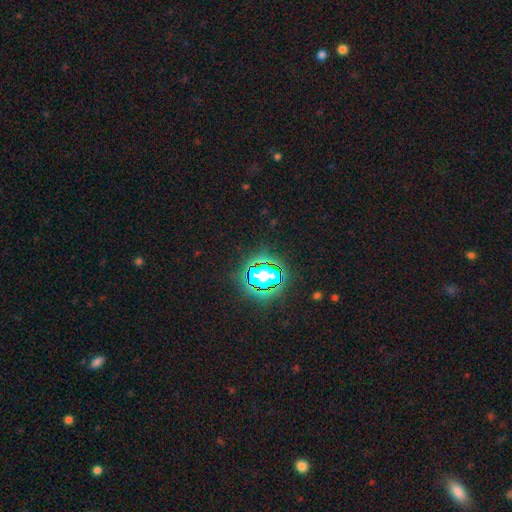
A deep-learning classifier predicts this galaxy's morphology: Q: Smooth or featured?
A: star or artifact (83%); runner-up: smooth (11%)